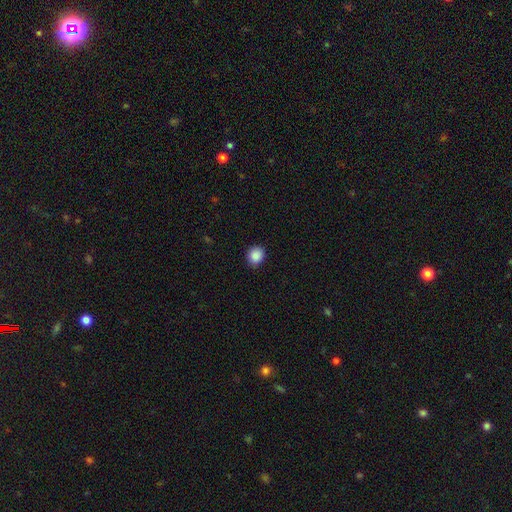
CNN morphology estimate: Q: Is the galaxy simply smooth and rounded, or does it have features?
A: smooth — 88%.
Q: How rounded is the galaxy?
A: round — 73%.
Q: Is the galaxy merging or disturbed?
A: none — 86%.